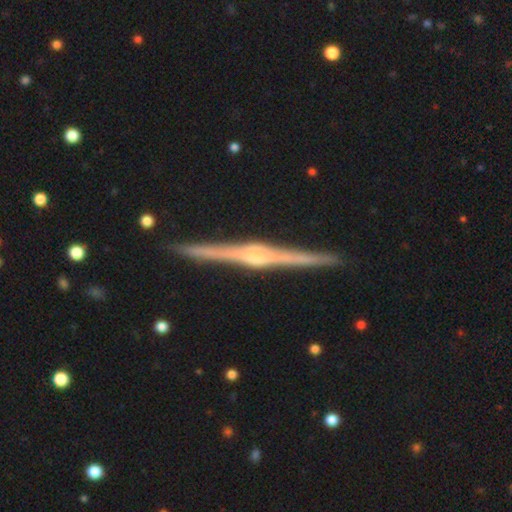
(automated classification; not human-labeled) smooth-or-featured: featured or disk: 88% | smooth: 7% | star or artifact: 4%
  disk-edge-on: yes: 99% | no: 1%
    edge-on-bulge: rounded: 60% | boxy: 27% | none: 13%
  merging: none: 93% | minor disturbance: 5% | major disturbance: 1% | merger: 1%